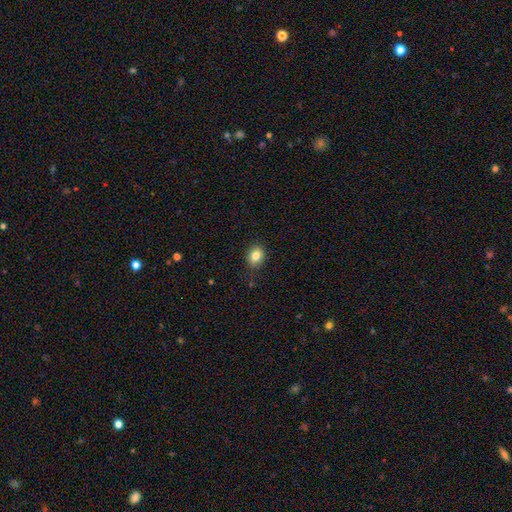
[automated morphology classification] smooth_or_featured: smooth (p=0.83) [alt: star or artifact p=0.10]
how_rounded: in between (p=0.54) [alt: round p=0.45]
merging: none (p=0.85) [alt: minor disturbance p=0.11]